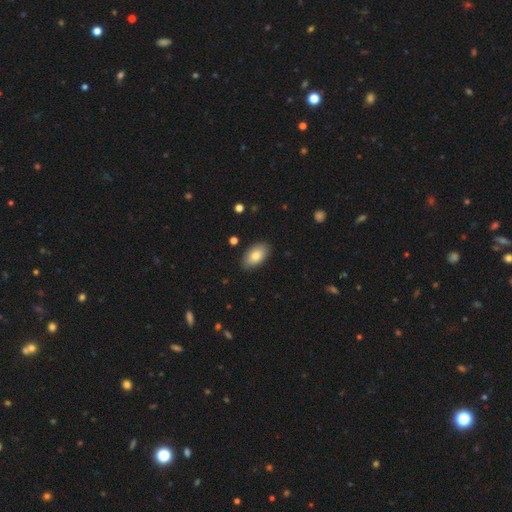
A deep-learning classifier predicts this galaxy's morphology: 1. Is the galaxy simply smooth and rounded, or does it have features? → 81% smooth, 13% featured or disk, 7% star or artifact.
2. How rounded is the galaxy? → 94% in between, 4% round, 2% cigar-shaped.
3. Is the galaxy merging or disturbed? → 87% none, 10% minor disturbance, 2% major disturbance, 1% merger.